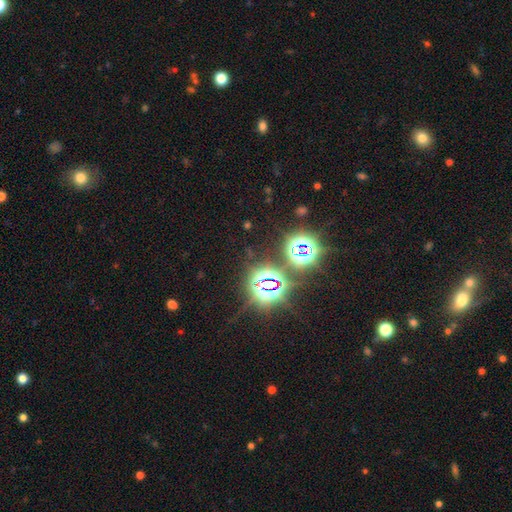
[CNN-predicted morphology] A star or artifact, not a galaxy (80%).